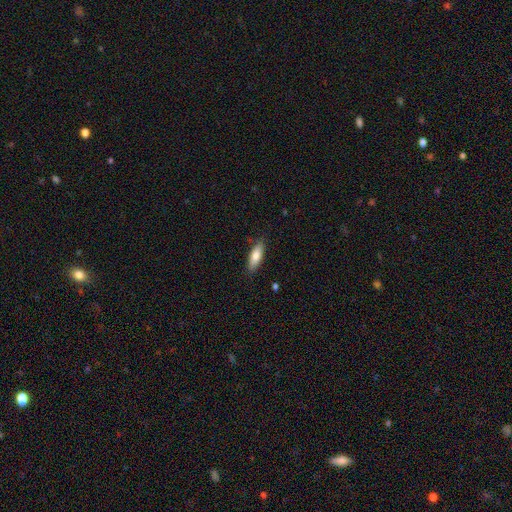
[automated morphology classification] Q: Smooth or featured?
A: smooth (76%); runner-up: featured or disk (18%)
Q: How rounded?
A: in between (57%); runner-up: cigar-shaped (42%)
Q: Merging?
A: none (85%); runner-up: minor disturbance (12%)